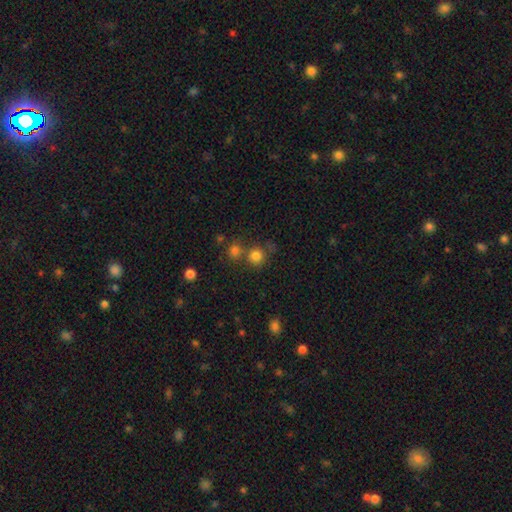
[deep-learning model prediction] A smooth galaxy with no disk features (79%) that is round (91%). Merging: none (64%).